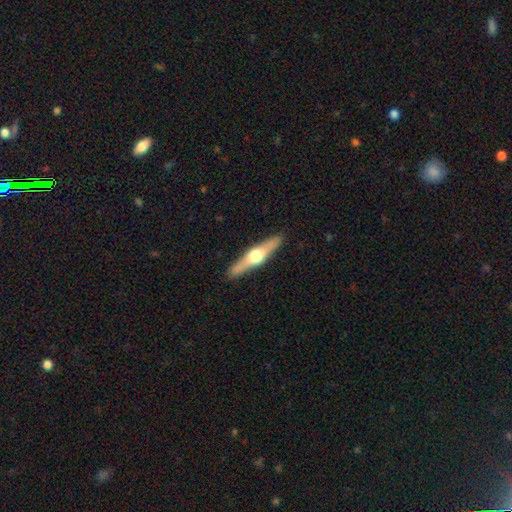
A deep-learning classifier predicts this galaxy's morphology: This is likely a featured or disk galaxy (68%). It is clearly viewed edge-on (97%). Edge-on bulge: clearly rounded (95%). Merging: clearly none (90%).